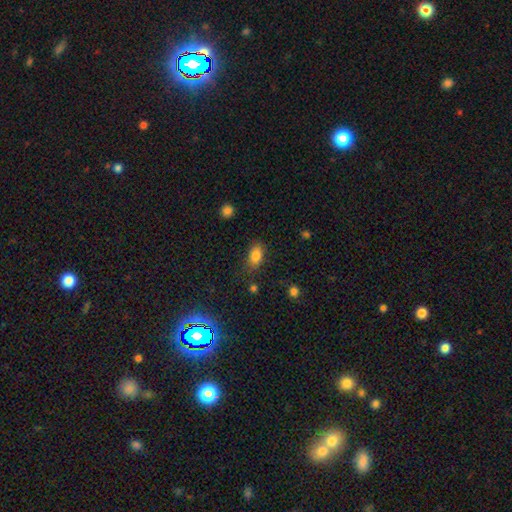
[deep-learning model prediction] Q: Smooth or featured?
A: smooth (83%); runner-up: star or artifact (10%)
Q: How rounded?
A: in between (88%); runner-up: round (10%)
Q: Merging?
A: none (75%); runner-up: minor disturbance (18%)